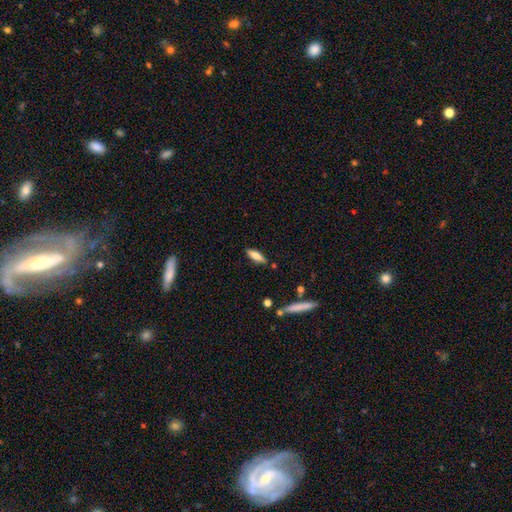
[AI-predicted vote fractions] Q: Smooth or featured?
A: smooth (72%); runner-up: featured or disk (21%)
Q: How rounded?
A: cigar-shaped (50%); runner-up: in between (48%)
Q: Merging?
A: none (81%); runner-up: minor disturbance (13%)